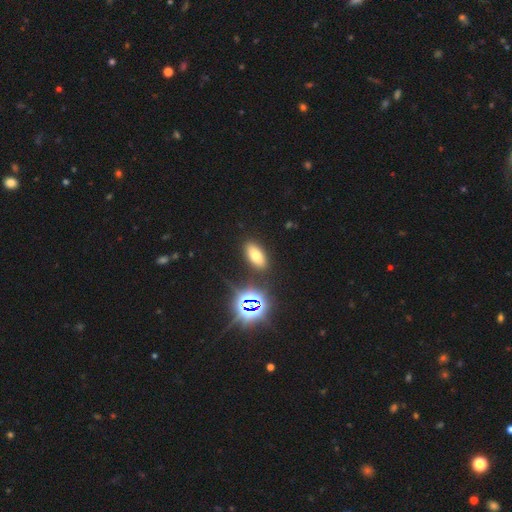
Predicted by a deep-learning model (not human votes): The model was most divided on "smooth or featured": smooth: 62%, star or artifact: 25%, featured or disk: 13%. More confident: merging — none (87%); how rounded — in between (85%).